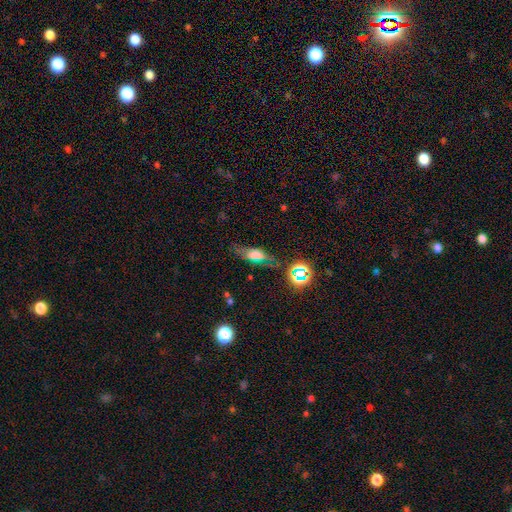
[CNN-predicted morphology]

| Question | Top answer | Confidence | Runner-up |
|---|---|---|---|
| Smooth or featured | smooth | 49% | featured or disk (35%) |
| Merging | none | 68% | minor disturbance (20%) |